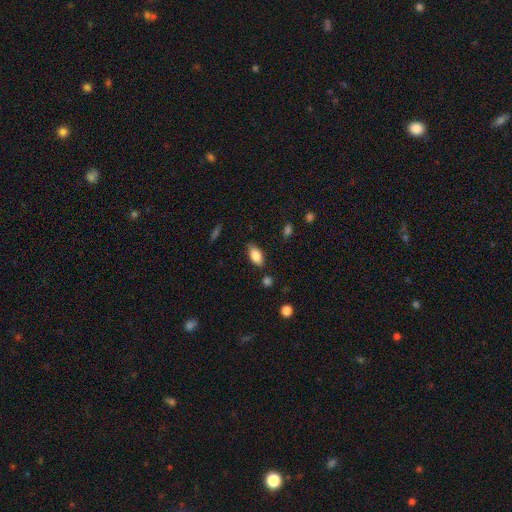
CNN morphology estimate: smooth_or_featured: smooth (p=0.84) [alt: featured or disk p=0.09]
how_rounded: in between (p=0.90) [alt: cigar-shaped p=0.07]
merging: none (p=0.81) [alt: minor disturbance p=0.14]